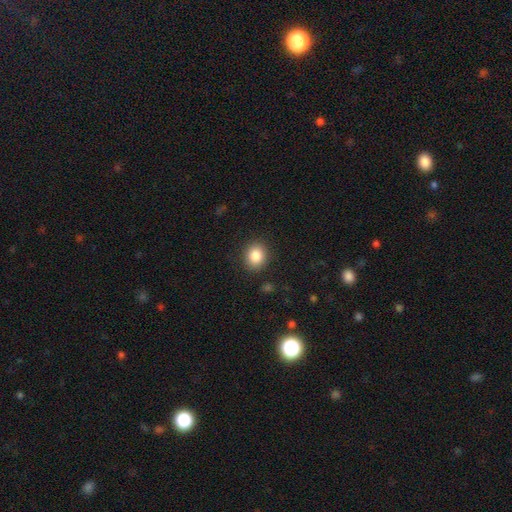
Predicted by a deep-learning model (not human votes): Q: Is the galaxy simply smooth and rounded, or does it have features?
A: smooth — 86%.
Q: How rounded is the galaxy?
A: round — 67%.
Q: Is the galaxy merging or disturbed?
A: none — 88%.